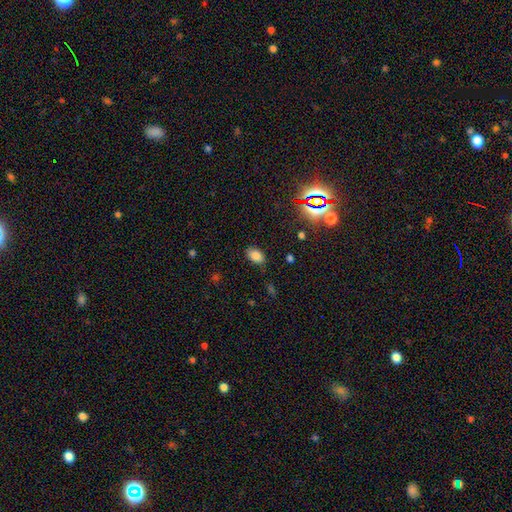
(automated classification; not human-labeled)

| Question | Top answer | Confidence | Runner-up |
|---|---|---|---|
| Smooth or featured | smooth | 79% | star or artifact (14%) |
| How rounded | in between | 89% | round (10%) |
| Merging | none | 78% | minor disturbance (16%) |